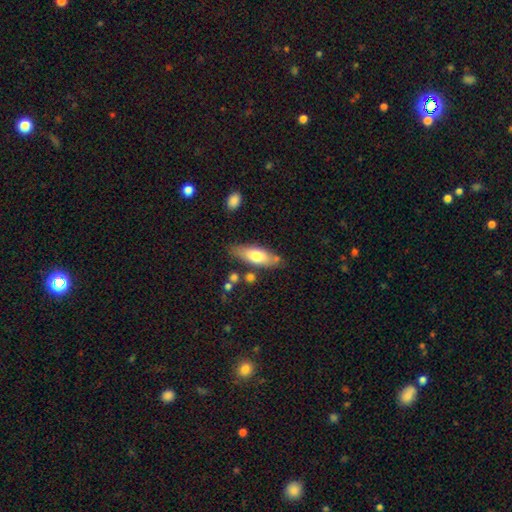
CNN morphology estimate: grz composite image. It shows a smooth galaxy with no disk features (67%) that is in between round and cigar-shaped (64%). Merging: none (74%).